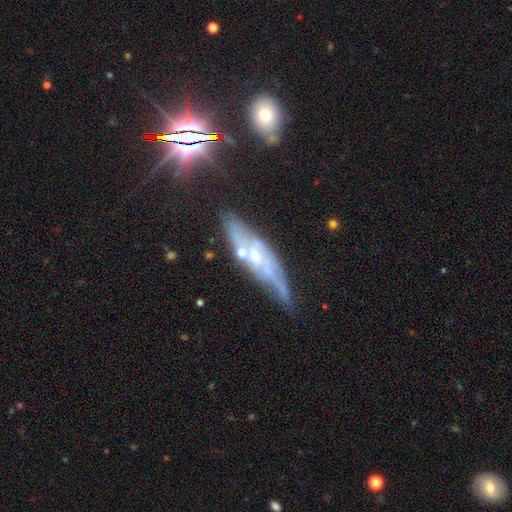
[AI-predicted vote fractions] Smooth or featured: featured or disk — 68% (smooth — 21%)
Edge-on disk: yes — 65% (no — 35%)
Merging: none — 60% (minor disturbance — 24%)